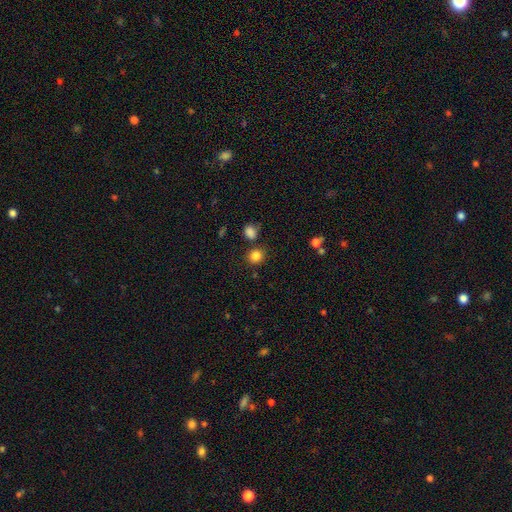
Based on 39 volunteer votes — Q: Smooth or featured?
A: smooth (90%); runner-up: star or artifact (8%)
Q: How rounded?
A: round (91%); runner-up: in between (9%)
Q: Merging?
A: none (86%); runner-up: minor disturbance (6%)